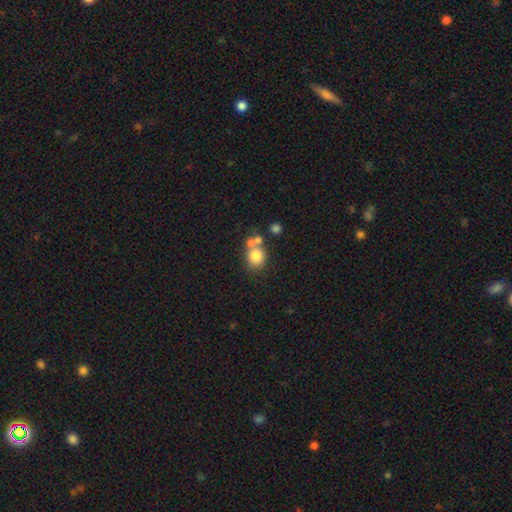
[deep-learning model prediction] Smooth or featured? Predicted: smooth (p=0.77). How rounded? Predicted: round (p=0.78). Merging? Predicted: none (p=0.49).